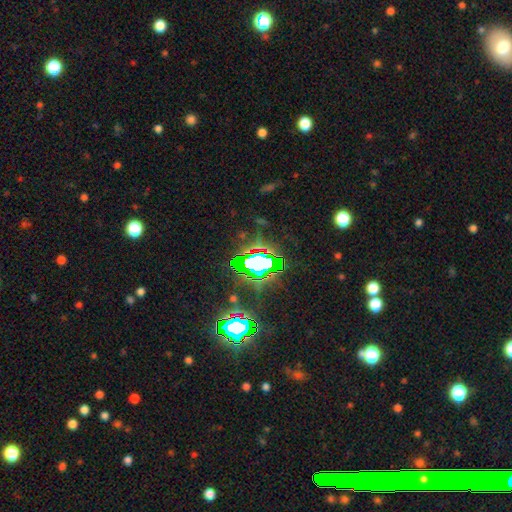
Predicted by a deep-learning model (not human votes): A star or artifact, not a galaxy (82%).